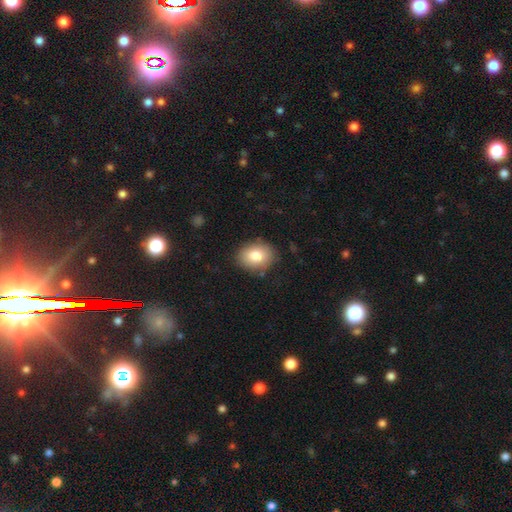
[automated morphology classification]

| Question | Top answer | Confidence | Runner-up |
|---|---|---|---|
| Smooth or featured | smooth | 81% | featured or disk (10%) |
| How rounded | in between | 59% | round (40%) |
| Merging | none | 84% | minor disturbance (11%) |